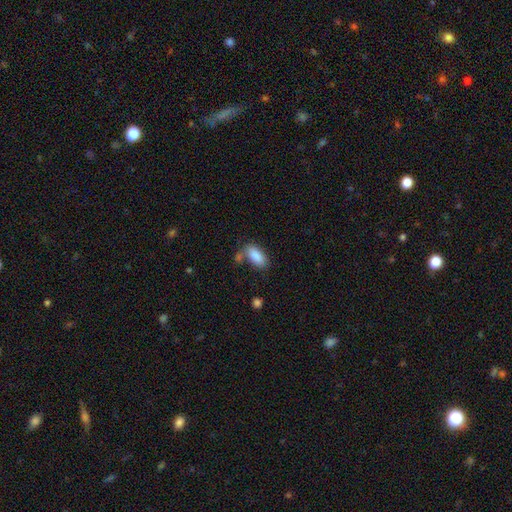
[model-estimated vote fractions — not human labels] Overall: smooth (87%). How rounded: in between (89%). Merging: none (60%).